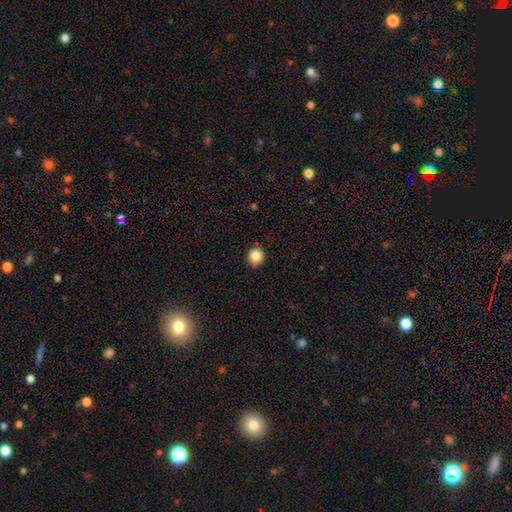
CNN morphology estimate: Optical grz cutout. It shows a smooth galaxy with no disk features (86%) that is round (93%). Merging: none (87%).